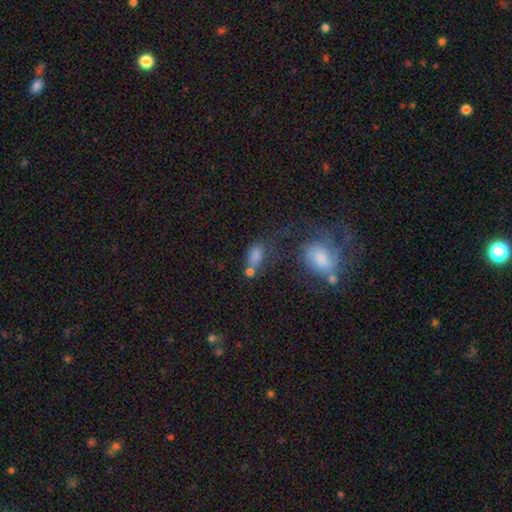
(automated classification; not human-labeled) A smooth galaxy with no disk features (76%) that is in between round and cigar-shaped (82%).

Vote fractions:
- Smooth or featured? smooth: 76% / star or artifact: 13% / featured or disk: 11%
- How rounded? in between: 82% / round: 13% / cigar-shaped: 5%
- Merging? none: 39% / merger: 28% / minor disturbance: 19% / major disturbance: 14%